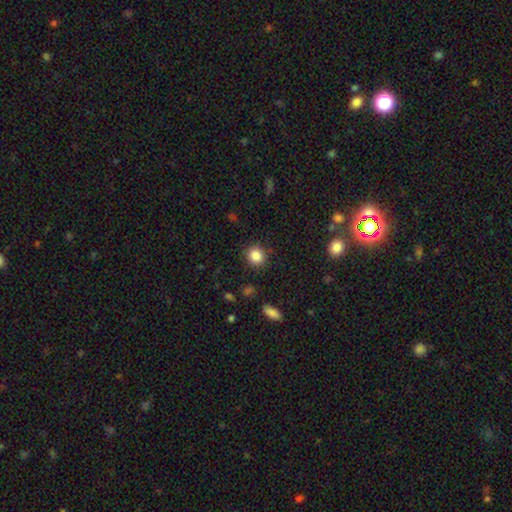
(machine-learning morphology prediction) type=smooth (85%); roundness=round (84%); merging=none (88%).